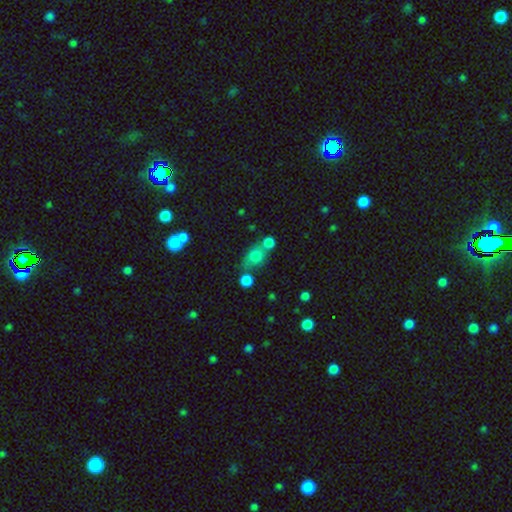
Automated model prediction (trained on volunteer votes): smooth_or_featured: smooth (p=0.75) [alt: star or artifact p=0.13]
how_rounded: in between (p=0.50) [alt: round p=0.48]
merging: none (p=0.43) [alt: merger p=0.34]